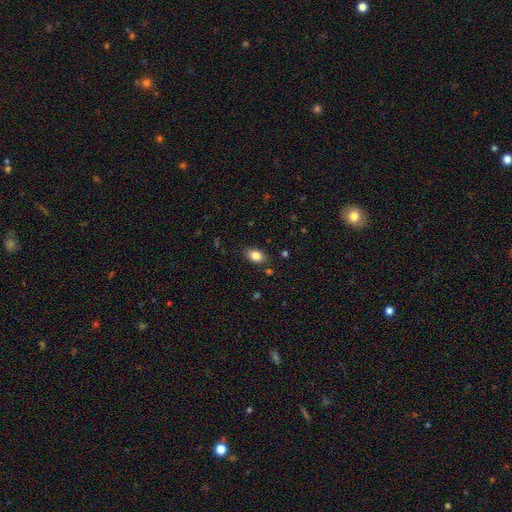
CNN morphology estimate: Smooth or featured? smooth (84%)
How rounded? in between (86%)
Merging? none (85%)